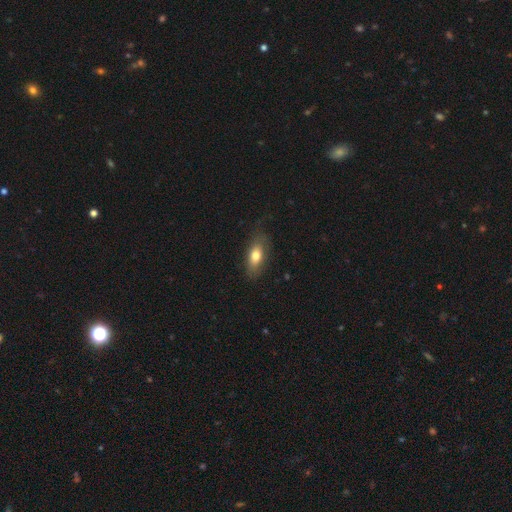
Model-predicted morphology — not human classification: A smooth galaxy with no disk features (75%) that is in between round and cigar-shaped (81%). Merging: none (75%).